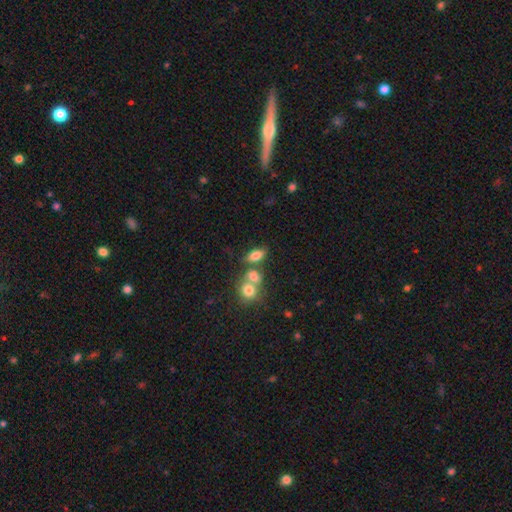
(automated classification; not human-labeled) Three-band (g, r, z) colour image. It shows a smooth galaxy with no disk features (78%) that is in between round and cigar-shaped (83%). Merging: none (50%).